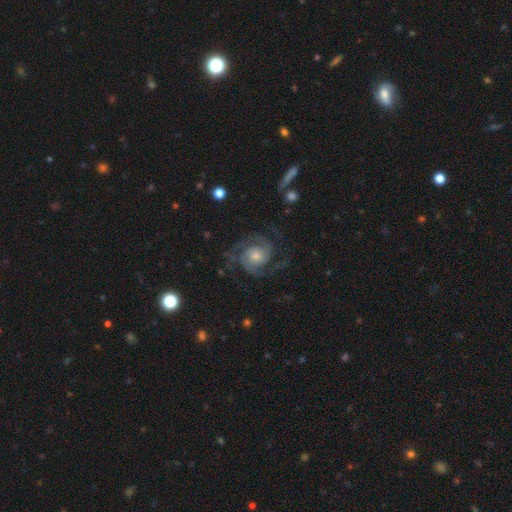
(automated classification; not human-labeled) A featured or disk galaxy (89%) with no bar (74%), 2 (56%) tight (47%) spiral arms (98%) and a moderate central bulge (45%). Merging: none (75%).